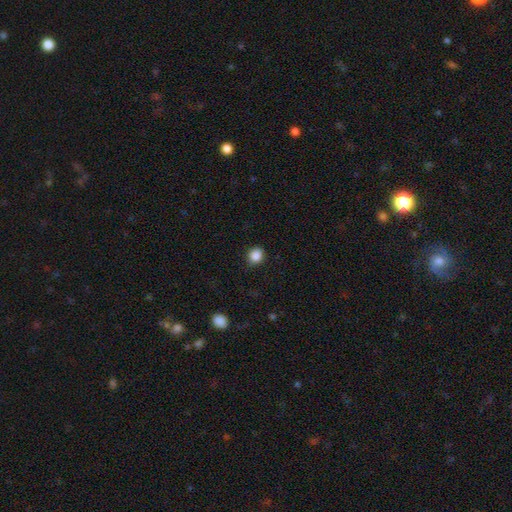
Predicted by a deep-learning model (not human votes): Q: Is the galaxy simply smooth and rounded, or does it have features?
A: smooth — 87%.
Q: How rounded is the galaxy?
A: round — 68%.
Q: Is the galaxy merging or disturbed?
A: none — 87%.